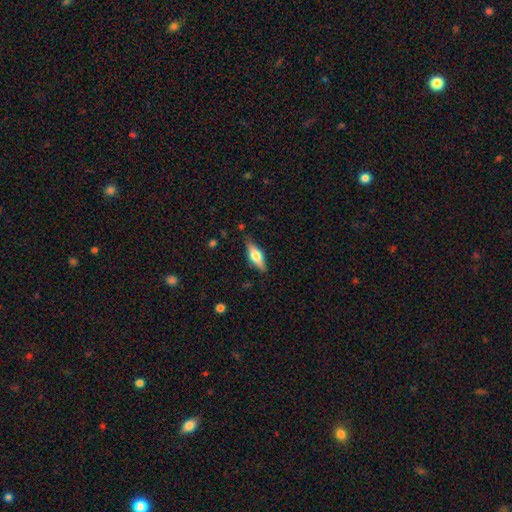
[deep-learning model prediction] The model was most divided on "smooth or featured": featured or disk: 48%, smooth: 46%, star or artifact: 7%. More confident: merging — none (83%).